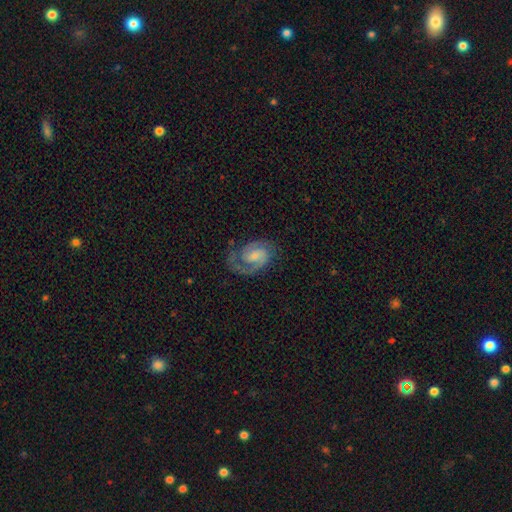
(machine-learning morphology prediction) A featured or disk galaxy (85%) with no bar (48%), 2 (83%) medium (49%) spiral arms (97%) and a small central bulge (38%).

Vote fractions:
- Smooth or featured? featured or disk: 85% / smooth: 10% / star or artifact: 5%
- Edge-on disk? no: 98% / yes: 2%
- Bar? no: 48% / weak: 43% / strong: 8%
- Spiral arms? yes: 97% / no: 3%
- Spiral winding? medium: 49% / tight: 39% / loose: 12%
- Spiral arm count? 2: 83% / 1: 9% / can't tell: 4% / 3: 2% / 4: 1% / more than 4: 1%
- Bulge size? small: 38% / moderate: 32% / none: 23% / large: 6% / dominant: 1%
- Merging? none: 70% / minor disturbance: 18% / major disturbance: 10% / merger: 2%